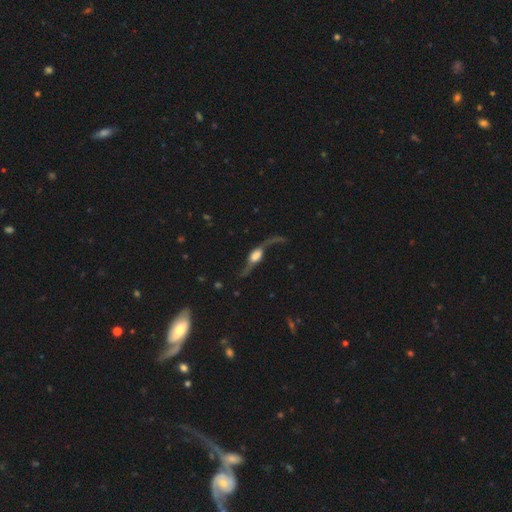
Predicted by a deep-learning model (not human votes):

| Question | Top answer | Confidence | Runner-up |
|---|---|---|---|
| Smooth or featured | featured or disk | 79% | smooth (14%) |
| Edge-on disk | no | 63% | yes (37%) |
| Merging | none | 55% | major disturbance (23%) |